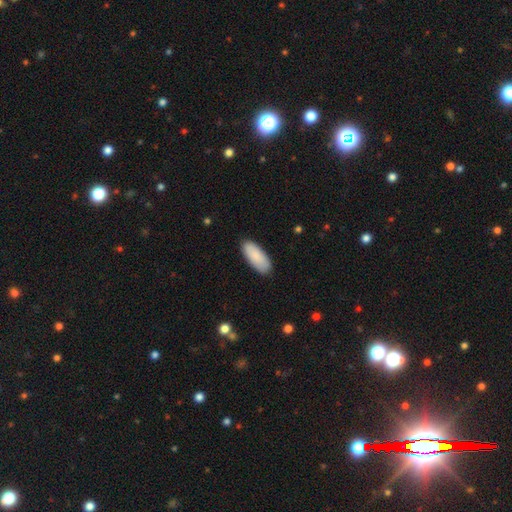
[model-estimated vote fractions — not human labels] Q: Smooth or featured?
A: smooth (88%); runner-up: featured or disk (7%)
Q: How rounded?
A: in between (83%); runner-up: cigar-shaped (15%)
Q: Merging?
A: none (86%); runner-up: minor disturbance (11%)